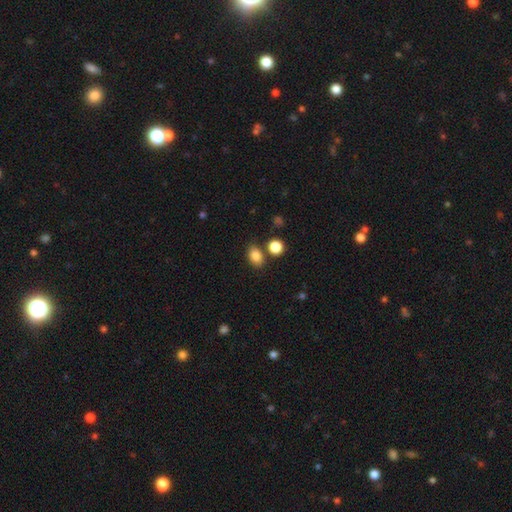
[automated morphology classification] Smooth or featured? smooth (85%)
How rounded? in between (76%)
Merging? none (75%)